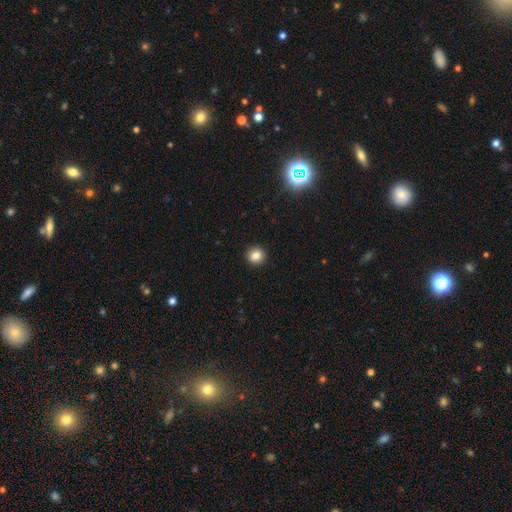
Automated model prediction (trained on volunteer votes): smooth 84%, star or artifact 10%, featured or disk 5%. Down the decision tree: how rounded — round (92%); merging — none (93%).